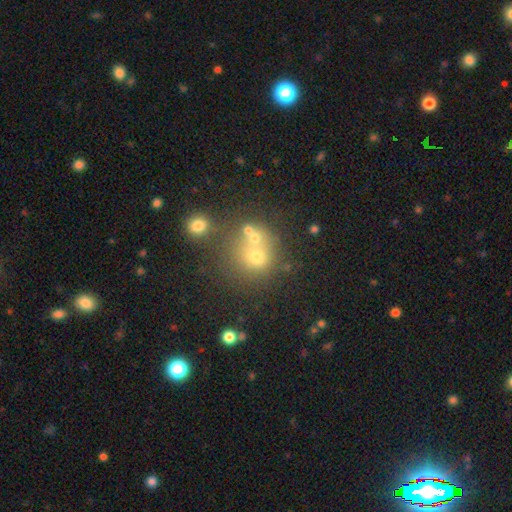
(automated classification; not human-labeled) smooth-or-featured: smooth: 61% | star or artifact: 22% | featured or disk: 17%
  how-rounded: round: 86% | in between: 13% | cigar-shaped: 1%
  merging: none: 51% | merger: 34% | minor disturbance: 10% | major disturbance: 6%